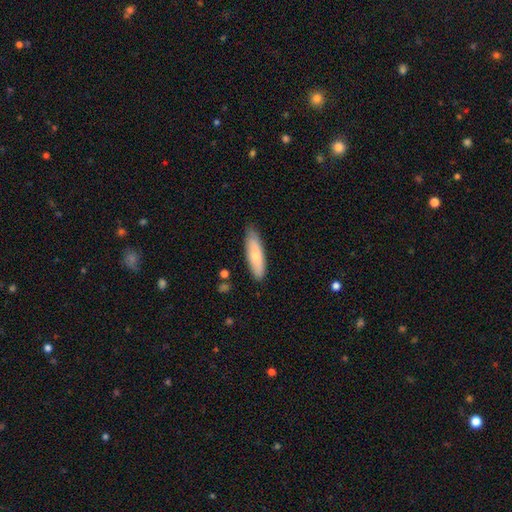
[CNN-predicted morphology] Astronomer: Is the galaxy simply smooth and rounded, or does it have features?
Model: smooth — 74%.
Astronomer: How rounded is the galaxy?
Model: cigar-shaped — 60% (runner-up: in between, 39%).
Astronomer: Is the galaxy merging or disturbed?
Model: none — 82%.